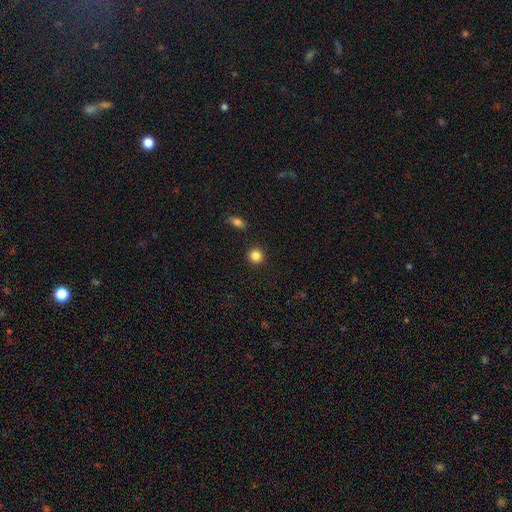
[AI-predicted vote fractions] smooth 86%, star or artifact 10%, featured or disk 4%. Down the decision tree: how rounded — round (93%); merging — none (91%).